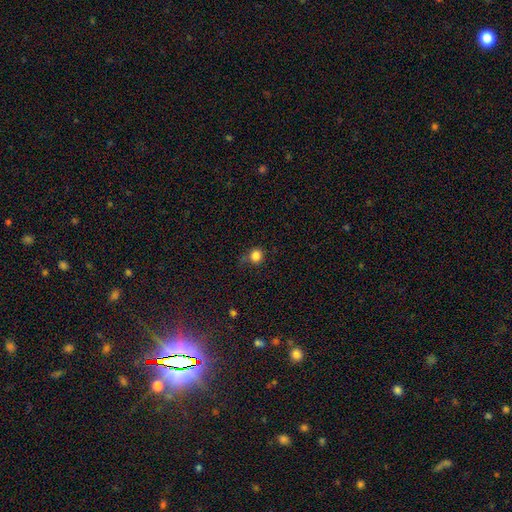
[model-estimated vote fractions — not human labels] Smooth or featured? smooth (83%)
How rounded? round (86%)
Merging? none (66%)